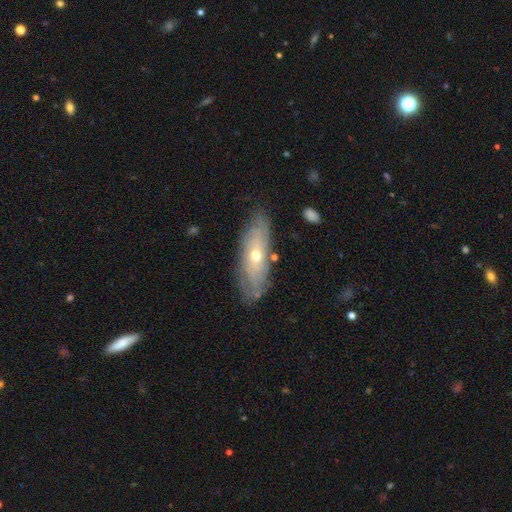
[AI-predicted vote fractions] featured or disk 66%, smooth 27%, star or artifact 7%. Down the decision tree: edge-on disk — no (80%); bar — no (81%); spiral arms — yes (73%); bulge size — moderate (55%); merging — none (76%).